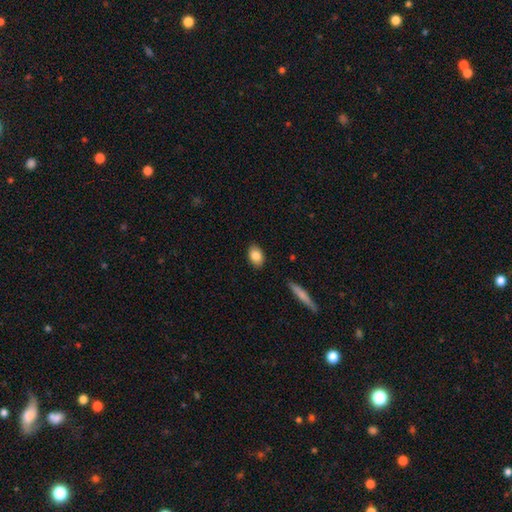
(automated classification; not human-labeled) Overall: smooth (85%). How rounded: in between (82%). Merging: none (87%).